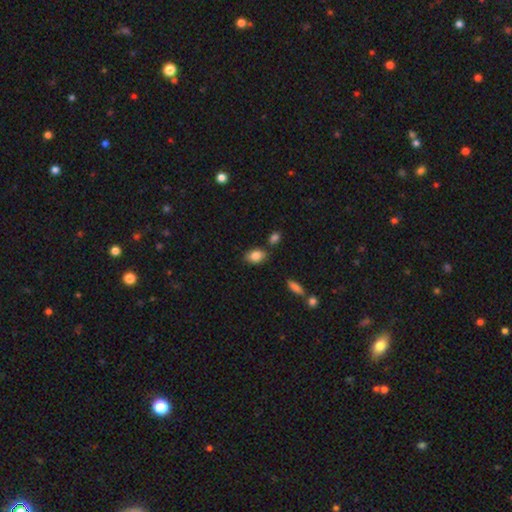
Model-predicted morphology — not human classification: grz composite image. It shows a smooth galaxy with no disk features (85%) that is in between round and cigar-shaped (85%). Merging: none (76%).